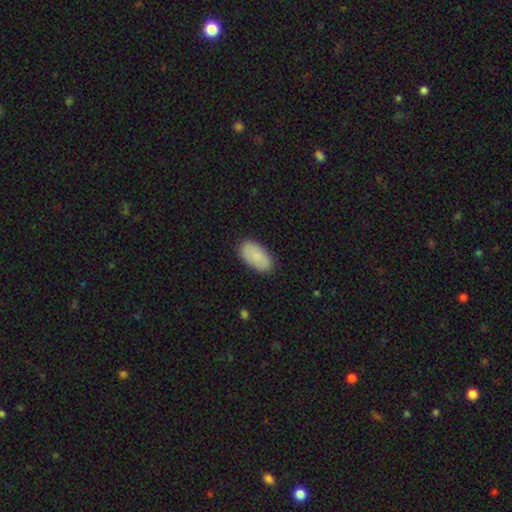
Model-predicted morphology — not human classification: Overall: smooth (86%). How rounded: in between (95%). Merging: none (86%).